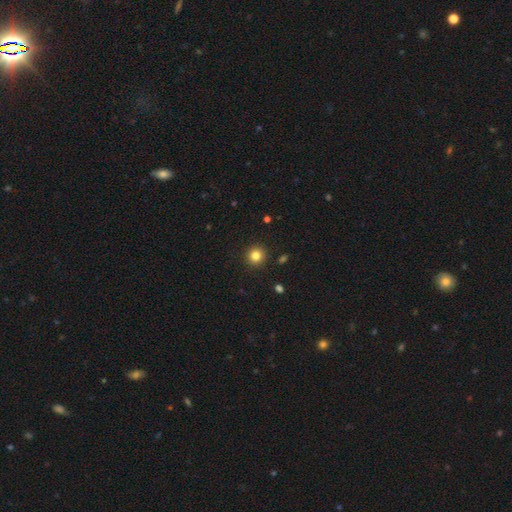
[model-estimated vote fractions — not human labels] A smooth galaxy with no disk features (83%) that is round (94%). Merging: none (92%).